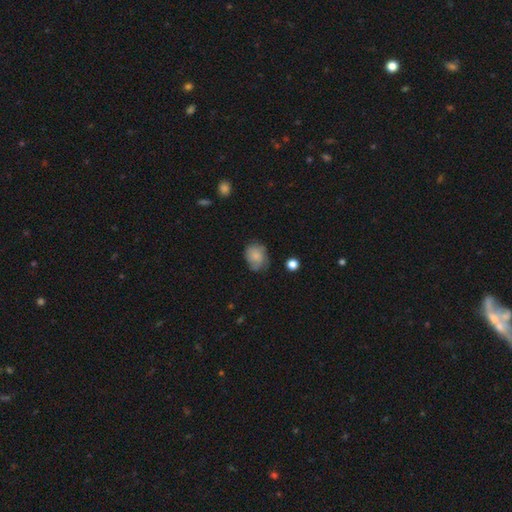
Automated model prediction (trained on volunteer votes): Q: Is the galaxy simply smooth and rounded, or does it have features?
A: smooth — 69%.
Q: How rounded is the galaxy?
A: round — 54%.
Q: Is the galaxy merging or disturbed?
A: none — 56%.